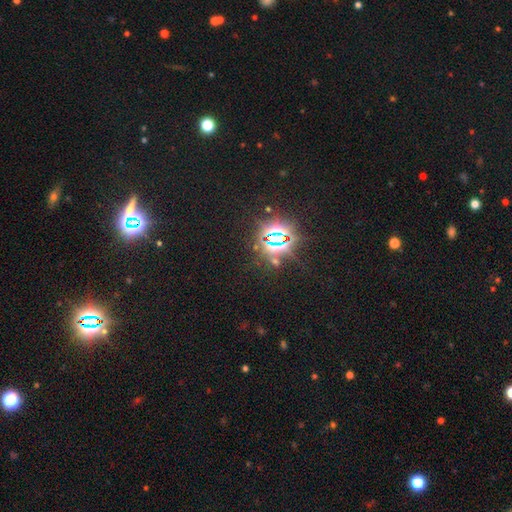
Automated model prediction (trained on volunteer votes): A star or artifact, not a galaxy (80%).